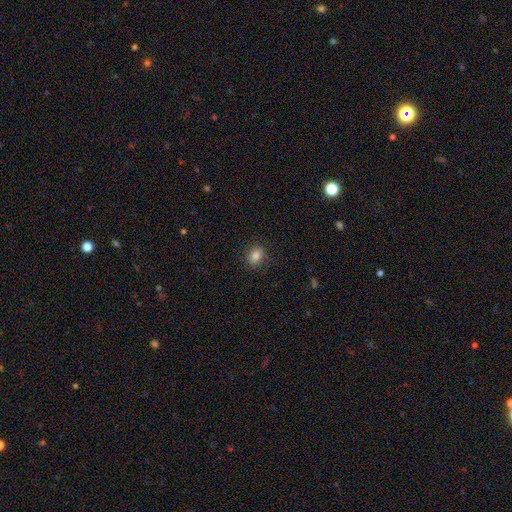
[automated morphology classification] smooth_or_featured: smooth (p=0.84) [alt: star or artifact p=0.11]
how_rounded: in between (p=0.51) [alt: round p=0.48]
merging: none (p=0.89) [alt: minor disturbance p=0.08]